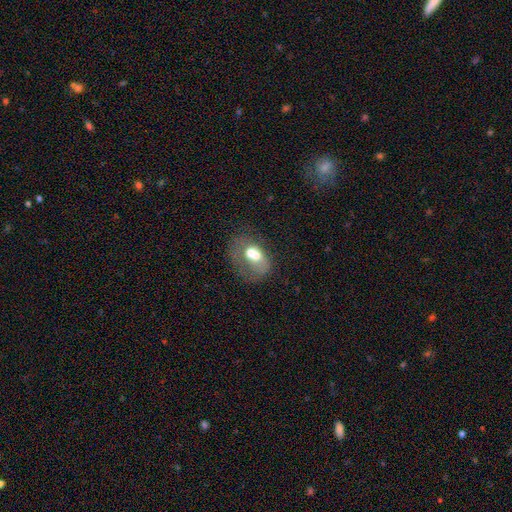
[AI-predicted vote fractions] A smooth galaxy with no disk features (52%) that is in between round and cigar-shaped (65%).

Vote fractions:
- Smooth or featured? smooth: 52% / featured or disk: 38% / star or artifact: 9%
- How rounded? in between: 65% / round: 34% / cigar-shaped: 1%
- Merging? merger: 45% / major disturbance: 22% / none: 19% / minor disturbance: 14%